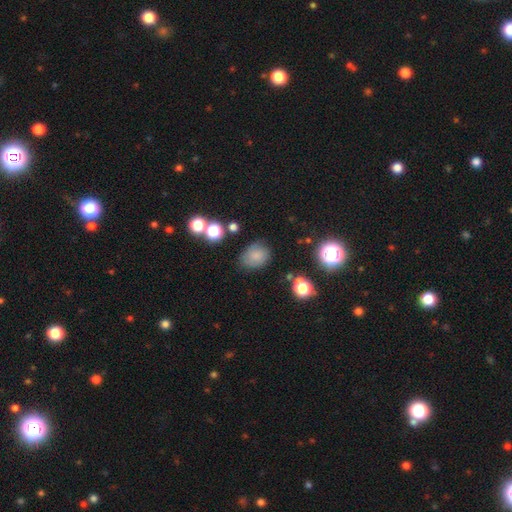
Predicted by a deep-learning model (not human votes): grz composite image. It shows a smooth galaxy with no disk features (74%) that is in between round and cigar-shaped (55%). Merging: none (72%).